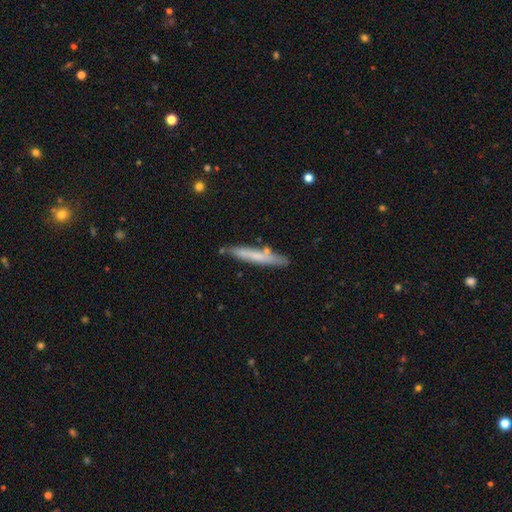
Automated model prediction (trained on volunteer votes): smooth-or-featured: smooth: 58% | featured or disk: 36% | star or artifact: 6%
  how-rounded: cigar-shaped: 94% | in between: 5% | round: 1%
  merging: none: 78% | minor disturbance: 14% | merger: 5% | major disturbance: 3%